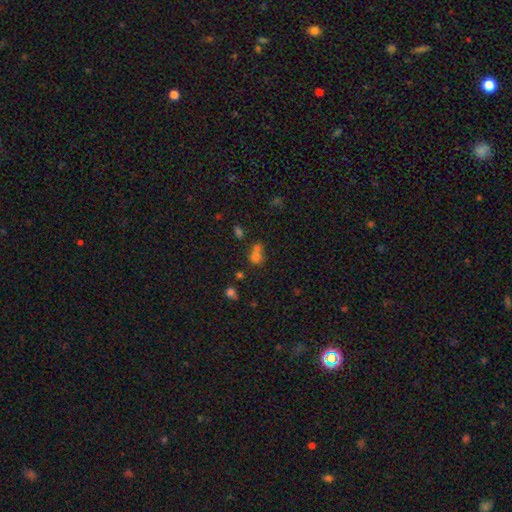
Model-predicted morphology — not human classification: smooth_or_featured: smooth (p=0.65) [alt: star or artifact p=0.23]
how_rounded: round (p=0.66) [alt: in between p=0.32]
merging: merger (p=0.50) [alt: none p=0.36]